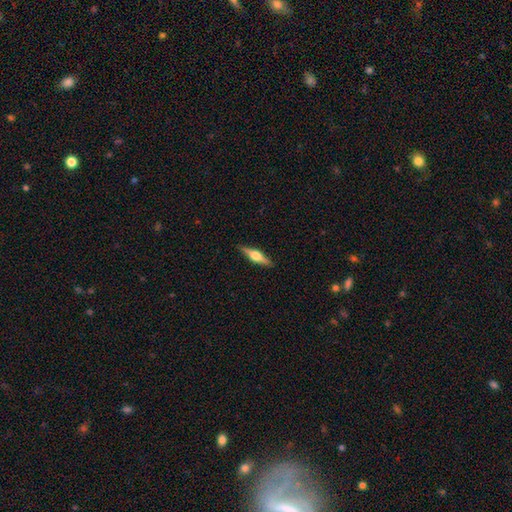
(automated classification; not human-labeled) A featured or disk galaxy (67%) viewed edge-on (97%) with a rounded central bulge (93%). Merging: none (90%).